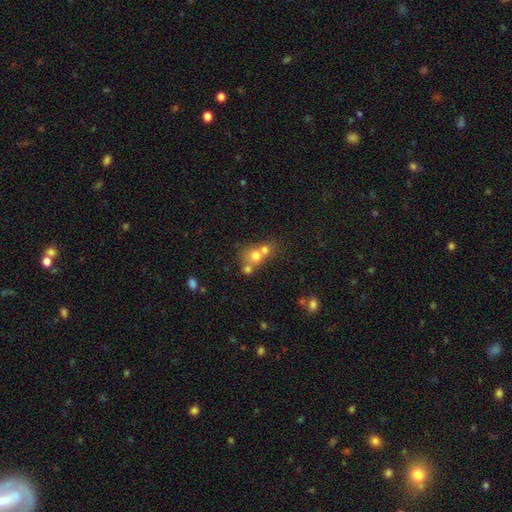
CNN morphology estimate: type=smooth (66%); roundness=round (77%); merging=merger (62%).